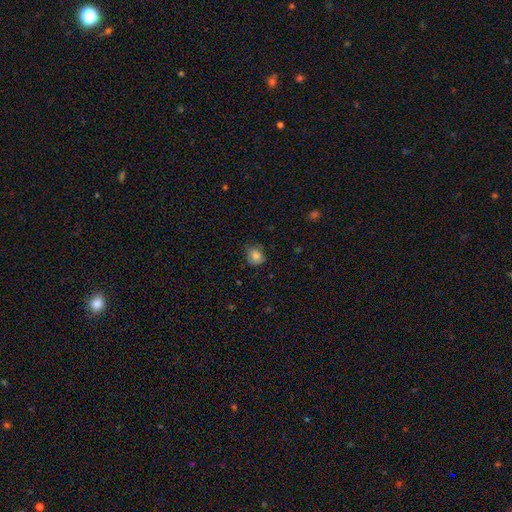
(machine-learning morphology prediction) Q: Smooth or featured?
A: smooth (83%); runner-up: star or artifact (11%)
Q: How rounded?
A: round (78%); runner-up: in between (21%)
Q: Merging?
A: none (73%); runner-up: minor disturbance (21%)